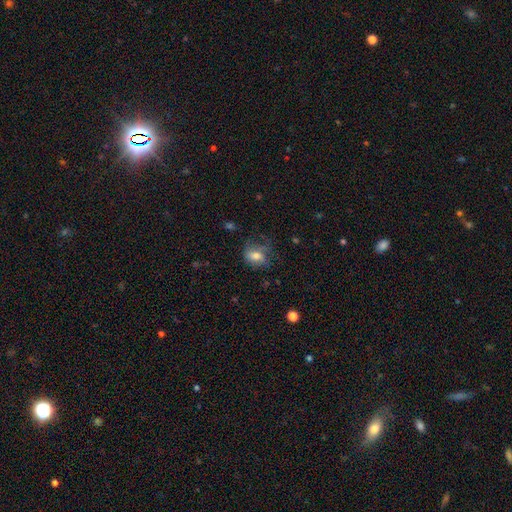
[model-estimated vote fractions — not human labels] The model was most divided on "merging": none: 47%, minor disturbance: 29%, major disturbance: 22%, merger: 2%. More confident: smooth or featured — smooth (70%); how rounded — in between (65%).